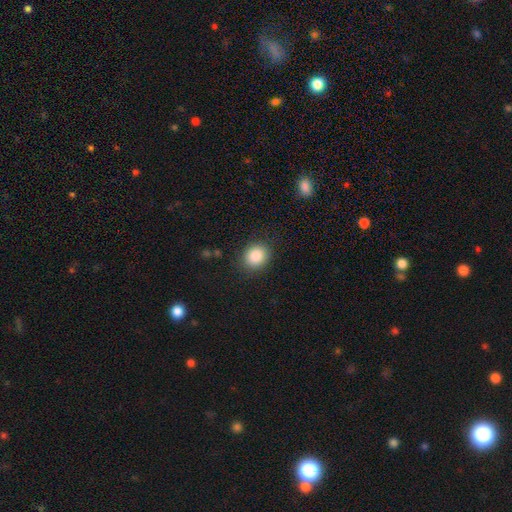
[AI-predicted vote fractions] Smooth or featured?
  - smooth: 86% *
  - star or artifact: 9%
  - featured or disk: 5%
How rounded?
  - round: 71% *
  - in between: 28%
  - cigar-shaped: 1%
Merging?
  - none: 86% *
  - minor disturbance: 9%
  - major disturbance: 3%
  - merger: 1%